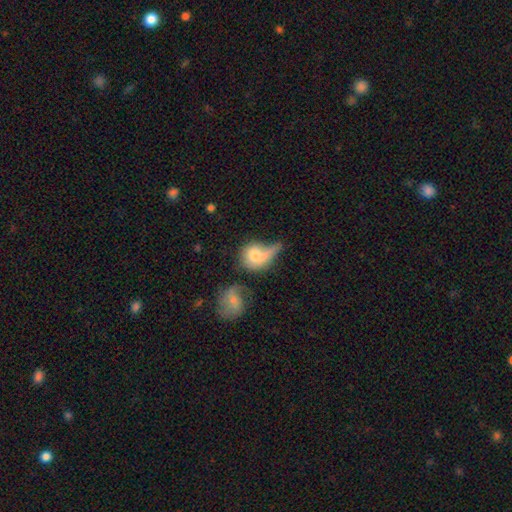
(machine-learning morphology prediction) smooth 64%, featured or disk 27%, star or artifact 8%. Down the decision tree: how rounded — round (65%); merging — merger (28%, tied with major disturbance).